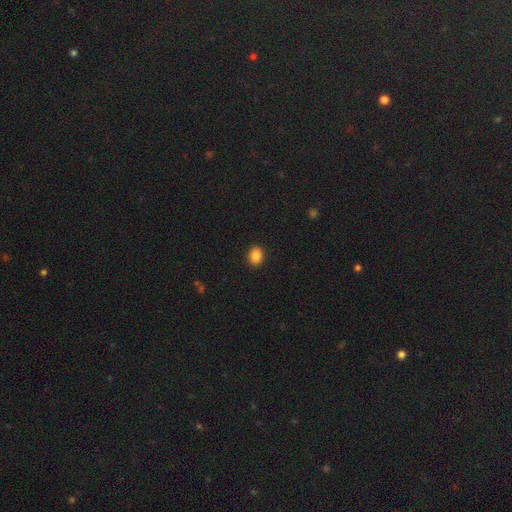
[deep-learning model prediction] Q: Smooth or featured?
A: smooth (86%); runner-up: star or artifact (10%)
Q: How rounded?
A: in between (50%); runner-up: round (49%)
Q: Merging?
A: none (91%); runner-up: minor disturbance (6%)